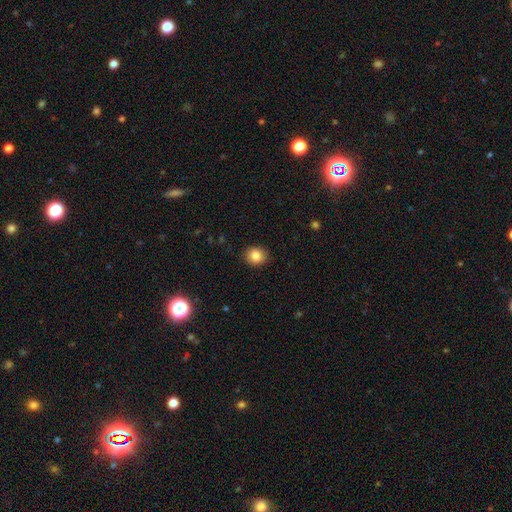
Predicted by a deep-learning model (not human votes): Q: Smooth or featured?
A: smooth (85%); runner-up: star or artifact (10%)
Q: How rounded?
A: round (75%); runner-up: in between (24%)
Q: Merging?
A: none (90%); runner-up: minor disturbance (7%)